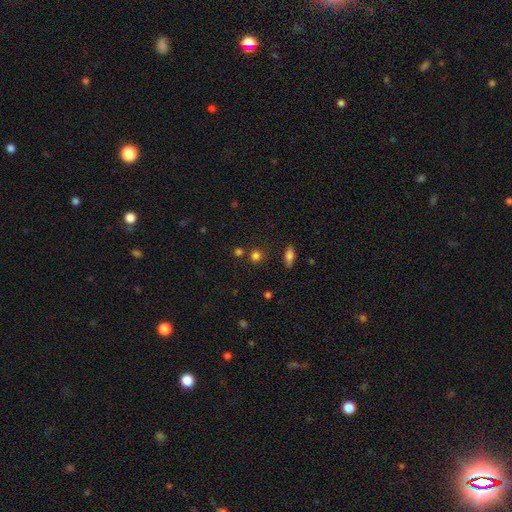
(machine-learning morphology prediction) Smooth or featured? smooth (77%)
How rounded? round (87%)
Merging? none (75%)